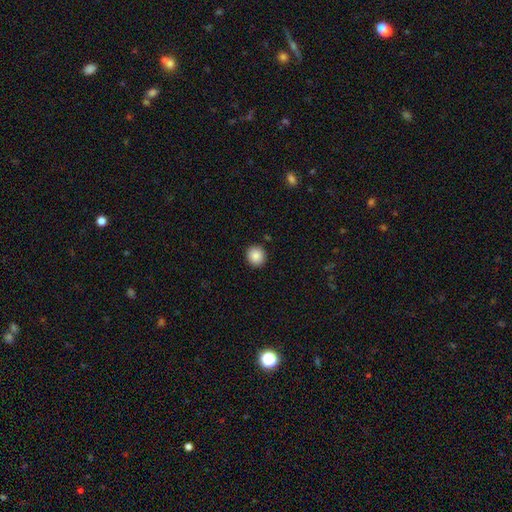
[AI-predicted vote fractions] The model was most divided on "smooth or featured": smooth: 88%, star or artifact: 9%, featured or disk: 4%. More confident: merging — none (91%); how rounded — round (90%).